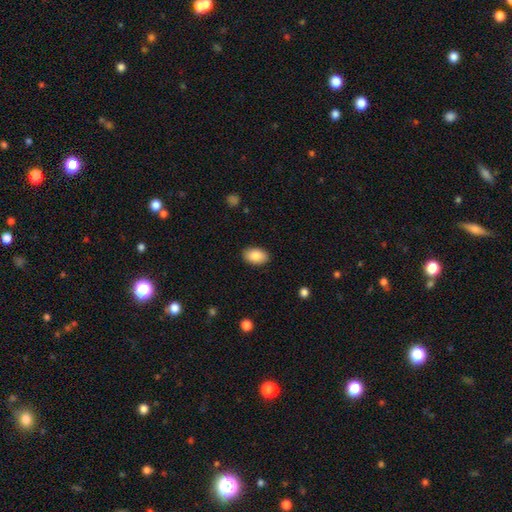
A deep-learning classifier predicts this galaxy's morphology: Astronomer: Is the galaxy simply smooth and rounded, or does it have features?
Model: smooth — 88%.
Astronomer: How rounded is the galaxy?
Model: in between — 91%.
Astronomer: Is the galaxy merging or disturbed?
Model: none — 89%.